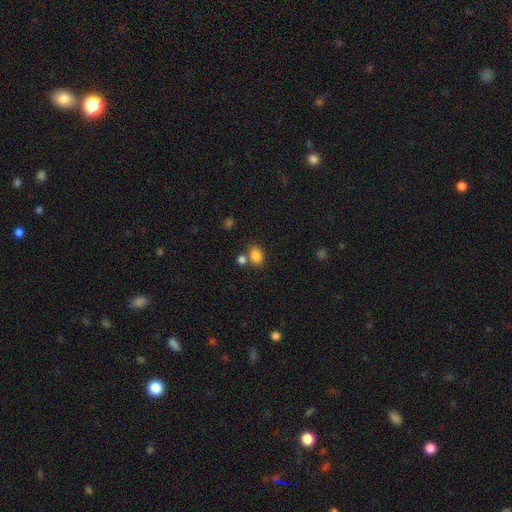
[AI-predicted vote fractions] A smooth galaxy with no disk features (84%) that is in between round and cigar-shaped (57%). Merging: none (62%).